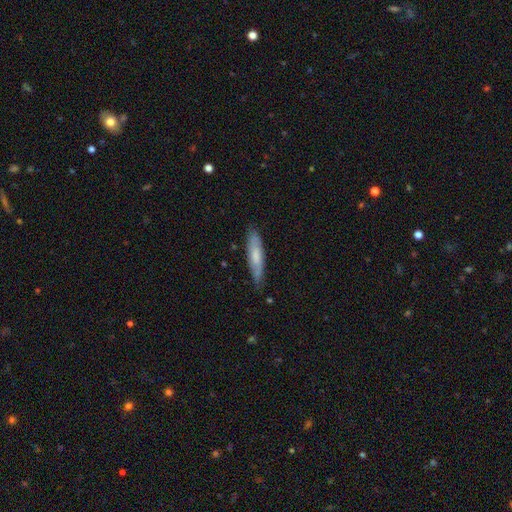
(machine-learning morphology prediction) smooth 61%, featured or disk 33%, star or artifact 6%. Down the decision tree: how rounded — cigar-shaped (79%); merging — none (77%).